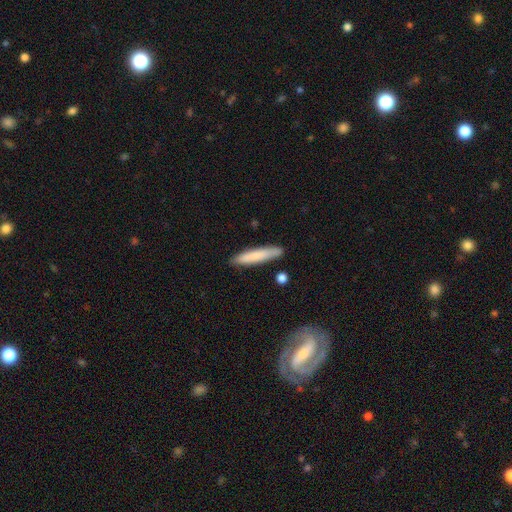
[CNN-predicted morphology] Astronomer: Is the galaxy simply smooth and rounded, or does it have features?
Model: smooth — 77%.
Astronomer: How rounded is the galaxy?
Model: cigar-shaped — 90%.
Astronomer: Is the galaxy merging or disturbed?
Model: none — 85%.